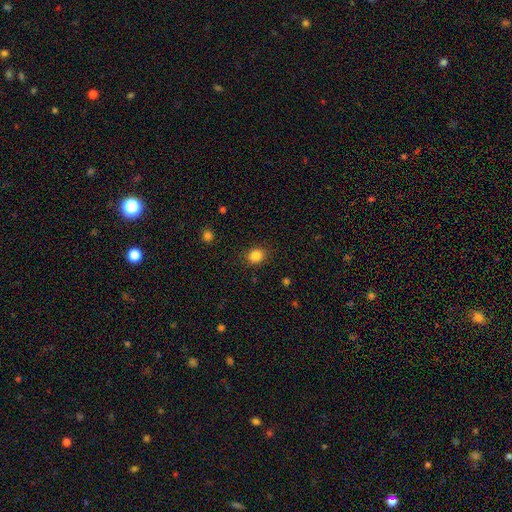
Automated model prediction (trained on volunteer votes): Smooth or featured? smooth (85%)
How rounded? round (72%)
Merging? none (88%)